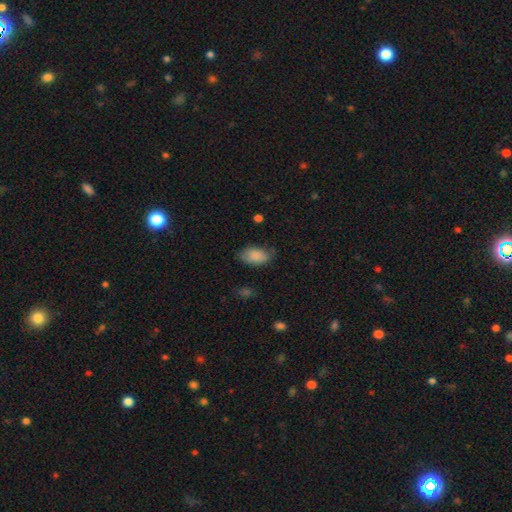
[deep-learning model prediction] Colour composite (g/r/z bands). It shows a smooth galaxy with no disk features (86%) that is in between round and cigar-shaped (92%). Merging: none (71%).